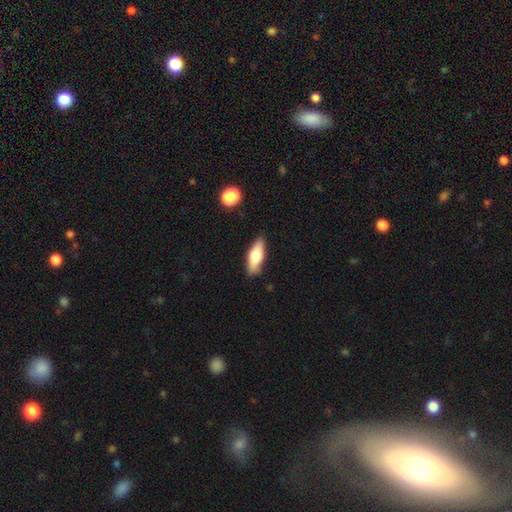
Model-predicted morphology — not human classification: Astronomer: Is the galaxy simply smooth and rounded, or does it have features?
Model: smooth — 67%.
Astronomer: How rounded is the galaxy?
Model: in between — 57% (runner-up: cigar-shaped, 40%).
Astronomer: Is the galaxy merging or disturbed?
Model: none — 84%.